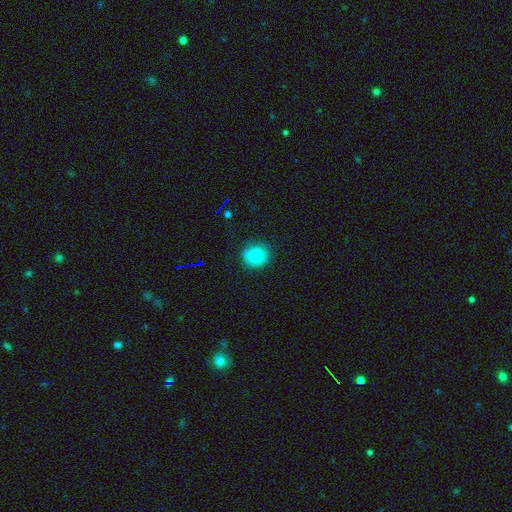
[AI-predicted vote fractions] Smooth or featured? Predicted: smooth (p=0.85). How rounded? Predicted: round (p=0.86). Merging? Predicted: none (p=0.85).